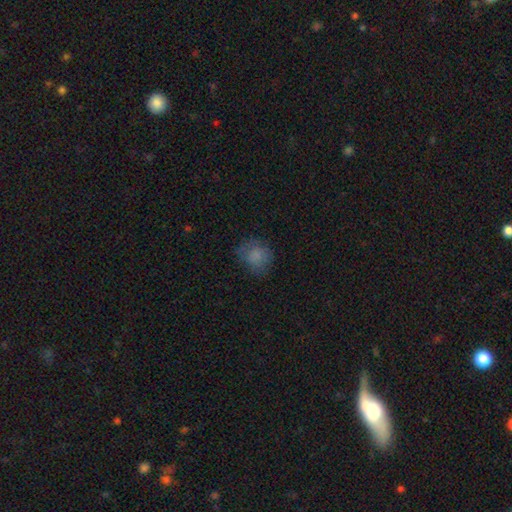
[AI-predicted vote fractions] This appears to be a smooth galaxy with no disk features (79%) that is round (77%). Merging: none (69%).